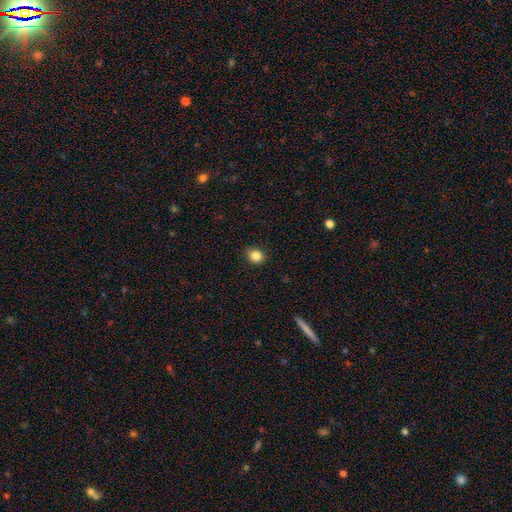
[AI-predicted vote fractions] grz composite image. It shows a smooth galaxy with no disk features (85%) that is round (72%). Merging: none (89%).